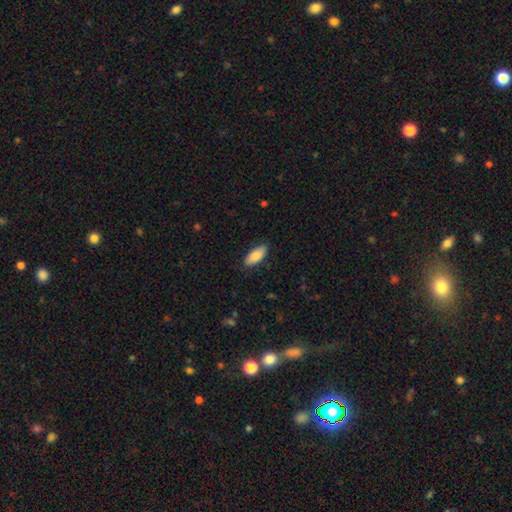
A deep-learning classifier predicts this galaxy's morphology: Smooth or featured: smooth — 85% (featured or disk — 9%)
How rounded: in between — 85% (cigar-shaped — 14%)
Merging: none — 83% (minor disturbance — 13%)